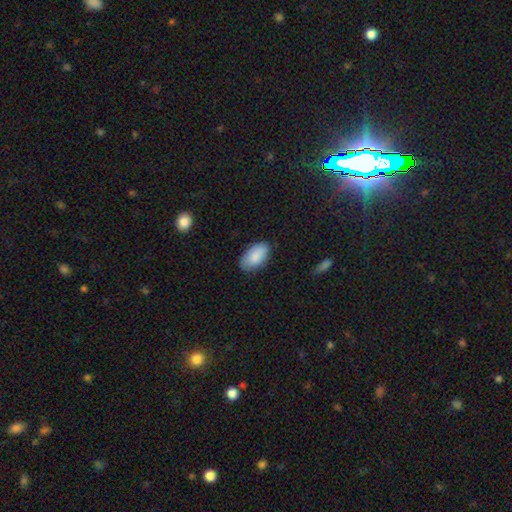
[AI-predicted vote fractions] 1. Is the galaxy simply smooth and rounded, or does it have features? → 87% smooth, 7% featured or disk, 6% star or artifact.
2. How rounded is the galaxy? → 95% in between, 3% round, 2% cigar-shaped.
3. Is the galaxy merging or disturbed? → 80% none, 16% minor disturbance, 3% major disturbance, 1% merger.